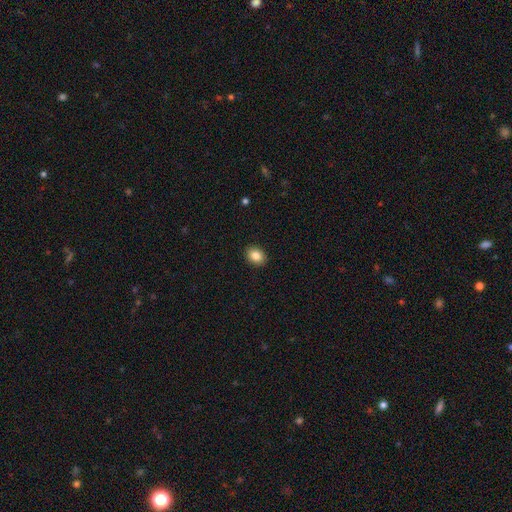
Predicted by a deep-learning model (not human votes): Morphology: type=smooth (86%); roundness=in between (59%); merging=none (91%).